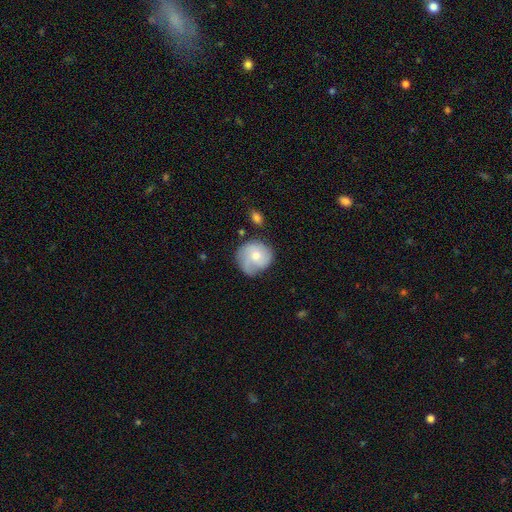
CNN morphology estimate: featured or disk 48%, smooth 46%, star or artifact 7%. Down the decision tree: merging — none (58%).